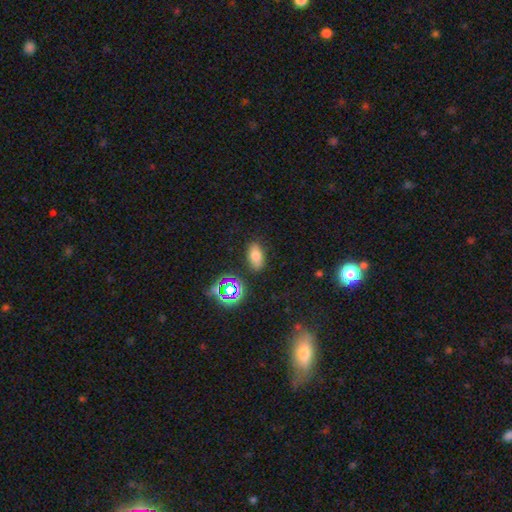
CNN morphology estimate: This is likely a smooth galaxy (69%). How rounded: clearly in between (88%). Merging: clearly none (82%).